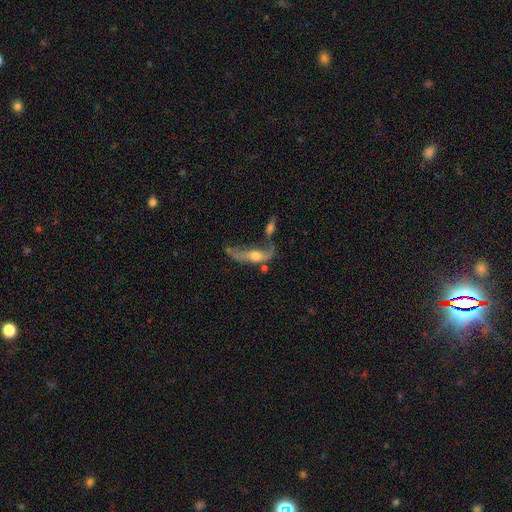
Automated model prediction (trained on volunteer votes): featured or disk 49%, smooth 42%, star or artifact 9%. Down the decision tree: merging — merger (39%).